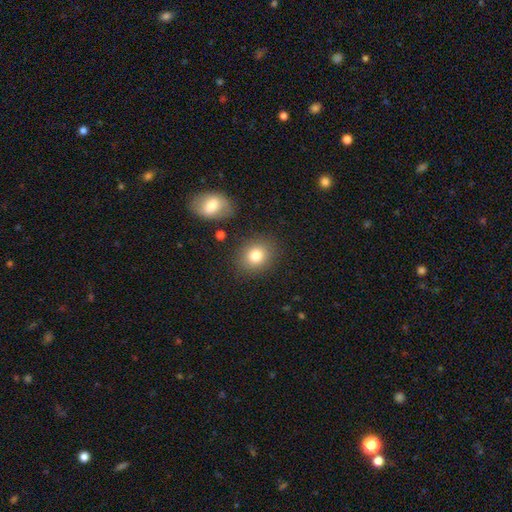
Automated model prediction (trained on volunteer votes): Smooth or featured?
  - smooth: 80% *
  - star or artifact: 11%
  - featured or disk: 9%
How rounded?
  - round: 69% *
  - in between: 30%
  - cigar-shaped: 1%
Merging?
  - none: 83% *
  - minor disturbance: 10%
  - merger: 4%
  - major disturbance: 3%